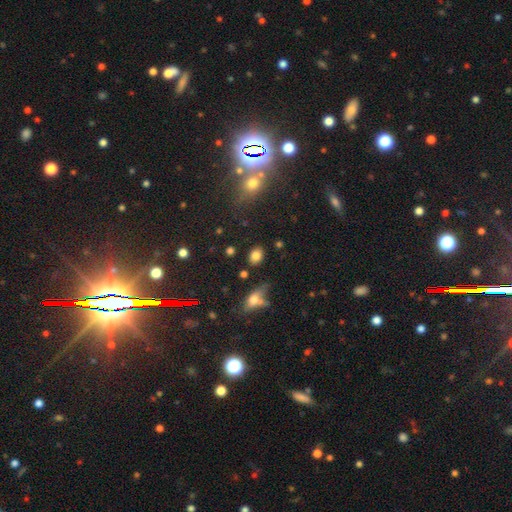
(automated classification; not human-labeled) This is clearly a smooth galaxy (81%). How rounded: likely in between (62%). Merging: clearly none (82%).